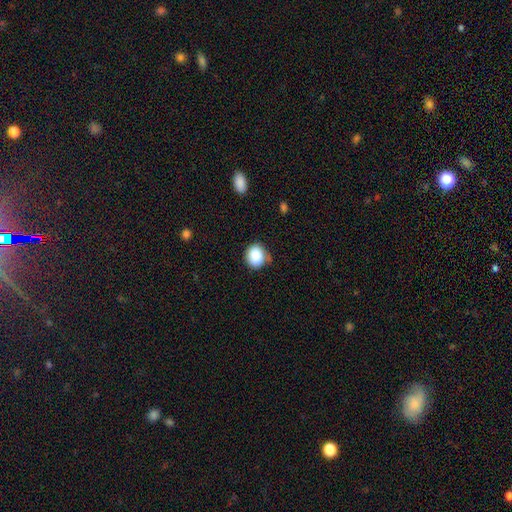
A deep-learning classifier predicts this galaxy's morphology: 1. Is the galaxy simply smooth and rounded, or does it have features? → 87% smooth, 8% star or artifact, 4% featured or disk.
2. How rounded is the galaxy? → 72% round, 27% in between, 1% cigar-shaped.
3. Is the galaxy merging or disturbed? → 74% none, 18% minor disturbance, 4% major disturbance, 3% merger.